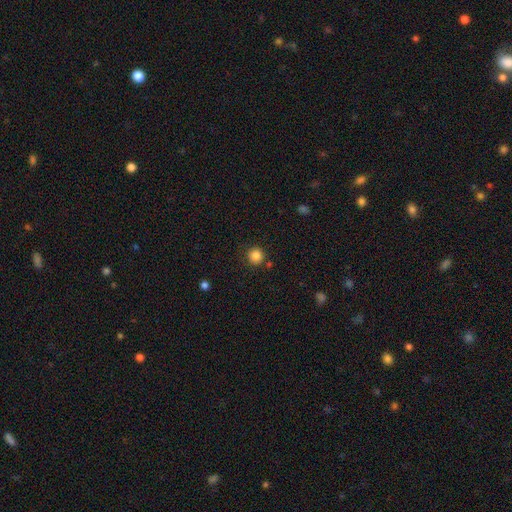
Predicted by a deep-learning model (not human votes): Overall: smooth (84%). How rounded: round (94%). Merging: none (87%).